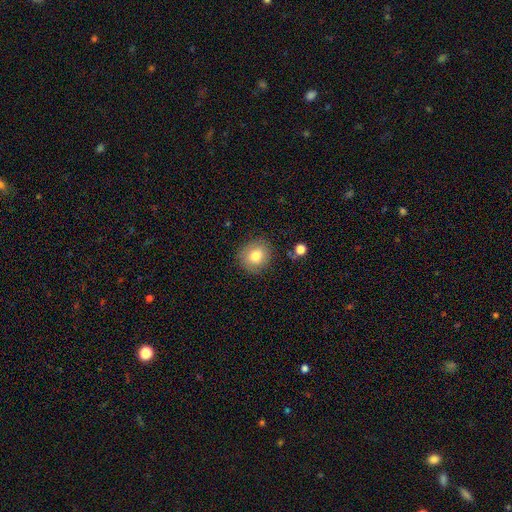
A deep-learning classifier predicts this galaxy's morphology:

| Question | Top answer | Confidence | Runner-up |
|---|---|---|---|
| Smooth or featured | smooth | 78% | featured or disk (13%) |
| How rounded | round | 85% | in between (14%) |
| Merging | none | 84% | minor disturbance (11%) |